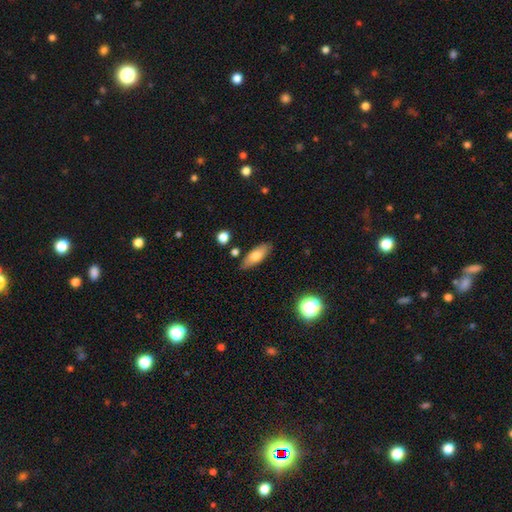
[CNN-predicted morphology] Q: Smooth or featured?
A: smooth (72%); runner-up: featured or disk (20%)
Q: How rounded?
A: in between (73%); runner-up: cigar-shaped (24%)
Q: Merging?
A: none (83%); runner-up: minor disturbance (12%)